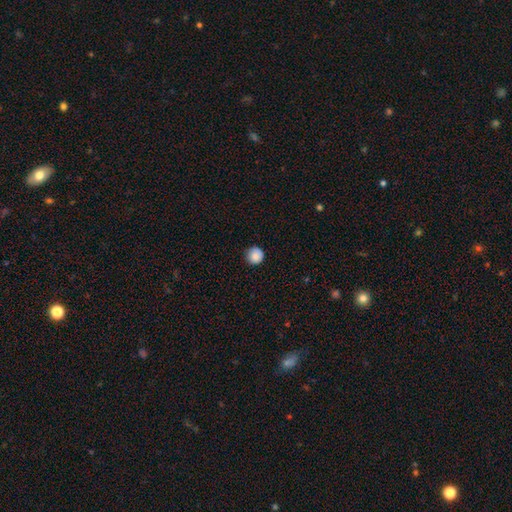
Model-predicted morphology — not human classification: smooth 87%, star or artifact 9%, featured or disk 5%. Down the decision tree: how rounded — round (95%); merging — none (86%).